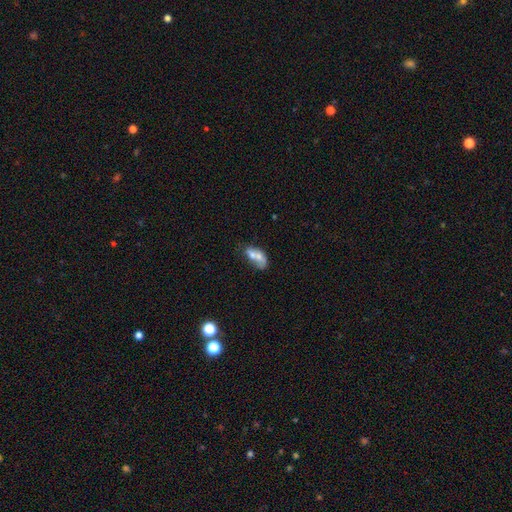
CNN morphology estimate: smooth-or-featured: smooth: 54% | featured or disk: 37% | star or artifact: 9%
  how-rounded: in between: 82% | round: 10% | cigar-shaped: 8%
  merging: merger: 55% | none: 21% | minor disturbance: 12% | major disturbance: 12%